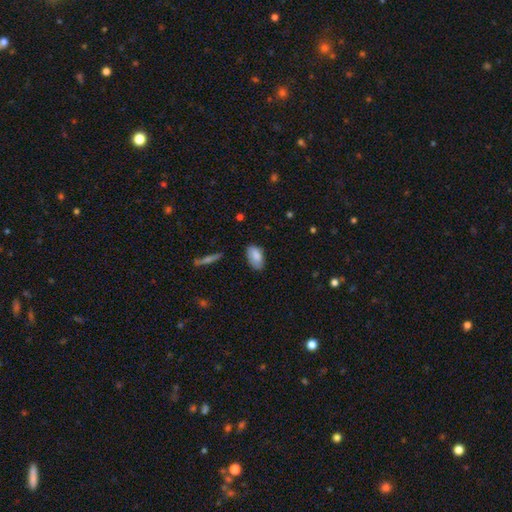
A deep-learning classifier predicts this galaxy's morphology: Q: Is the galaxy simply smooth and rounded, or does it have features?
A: smooth — 85%.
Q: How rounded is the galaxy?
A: in between — 93%.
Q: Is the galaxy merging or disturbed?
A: none — 72%.